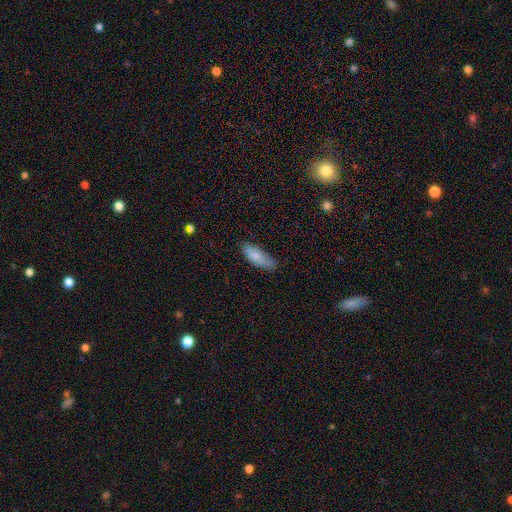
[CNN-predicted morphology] Smooth or featured: smooth — 79% (featured or disk — 14%)
How rounded: in between — 69% (cigar-shaped — 29%)
Merging: none — 69% (minor disturbance — 24%)